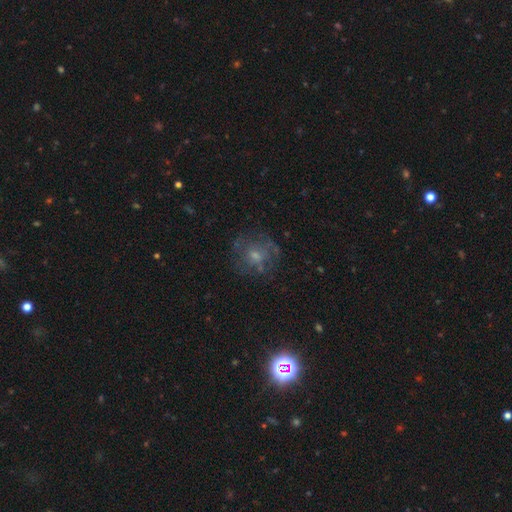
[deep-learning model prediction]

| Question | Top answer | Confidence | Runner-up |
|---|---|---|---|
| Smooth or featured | featured or disk | 49% | smooth (28%) |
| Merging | none | 68% | minor disturbance (16%) |